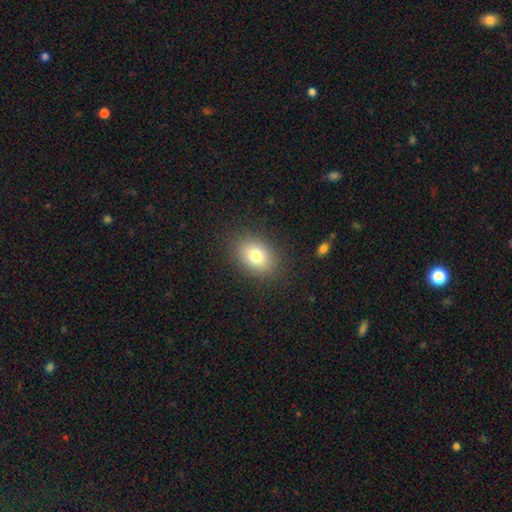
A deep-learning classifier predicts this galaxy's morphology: This is likely a smooth galaxy (79%). How rounded: likely in between (70%). Merging: clearly none (86%).